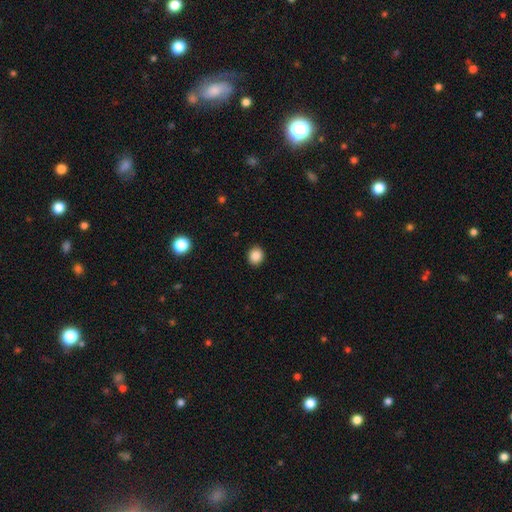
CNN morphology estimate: Smooth or featured? Predicted: smooth (p=0.88). How rounded? Predicted: round (p=0.79). Merging? Predicted: none (p=0.92).